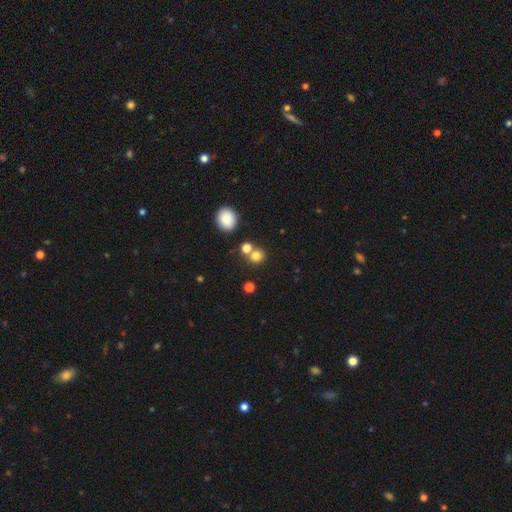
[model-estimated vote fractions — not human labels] Smooth or featured: smooth — 76% (star or artifact — 16%)
How rounded: round — 84% (in between — 15%)
Merging: none — 62% (merger — 27%)